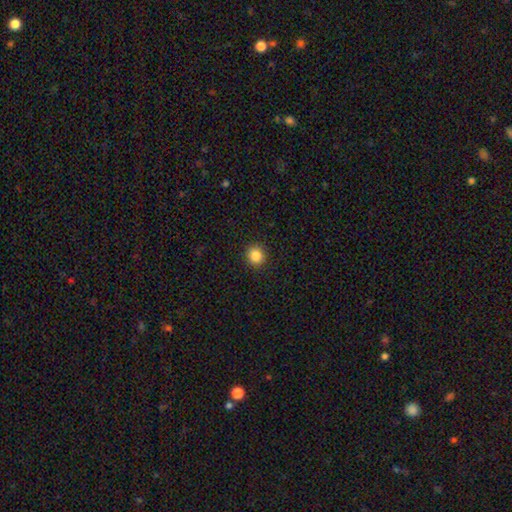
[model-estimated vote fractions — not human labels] Smooth or featured?
  - smooth: 85% *
  - star or artifact: 11%
  - featured or disk: 4%
How rounded?
  - round: 89% *
  - in between: 10%
  - cigar-shaped: 1%
Merging?
  - none: 91% *
  - minor disturbance: 6%
  - major disturbance: 2%
  - merger: 1%